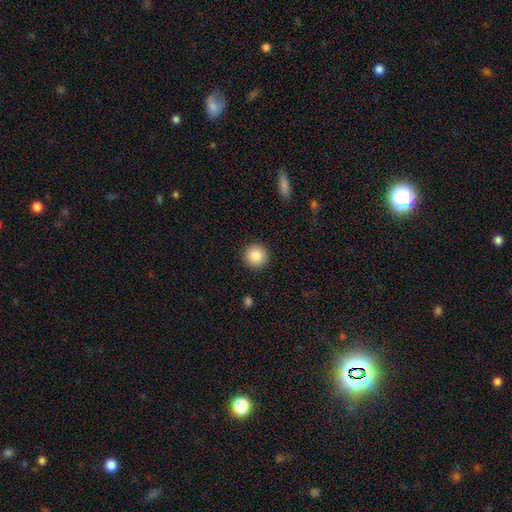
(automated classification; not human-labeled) Morphology: type=smooth (86%); roundness=round (95%); merging=none (92%).